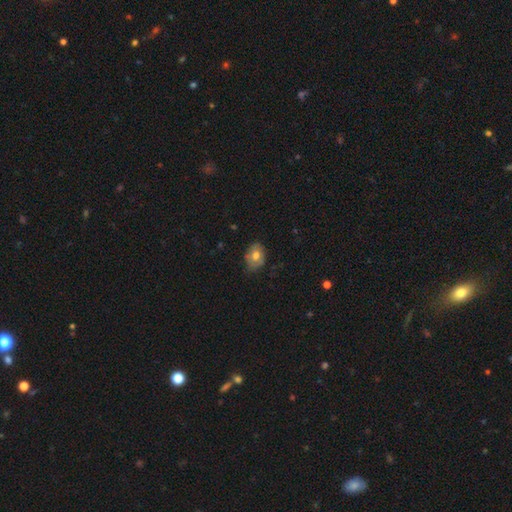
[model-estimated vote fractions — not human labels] The model was most divided on "how rounded": in between: 66%, round: 33%, cigar-shaped: 1%. More confident: merging — none (67%); smooth or featured — smooth (66%).